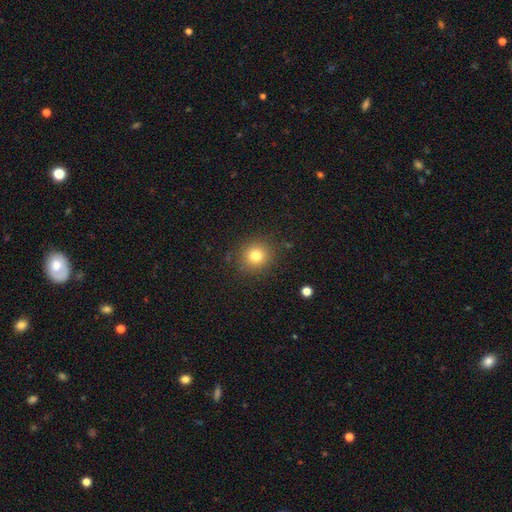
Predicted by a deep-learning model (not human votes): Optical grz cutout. It shows a smooth galaxy with no disk features (79%) that is round (92%). Merging: none (89%).